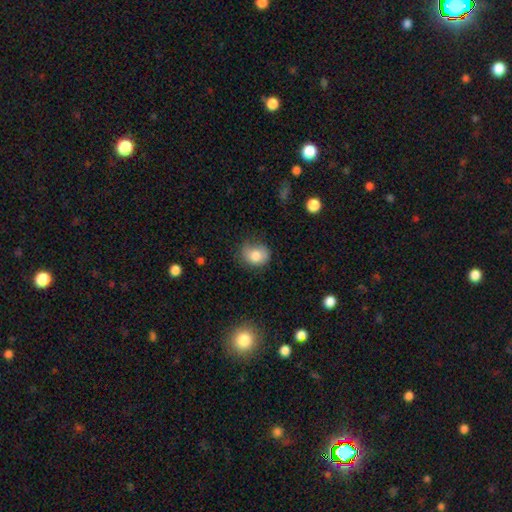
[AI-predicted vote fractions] Morphology: type=smooth (78%); roundness=round (52%); merging=none (57%).